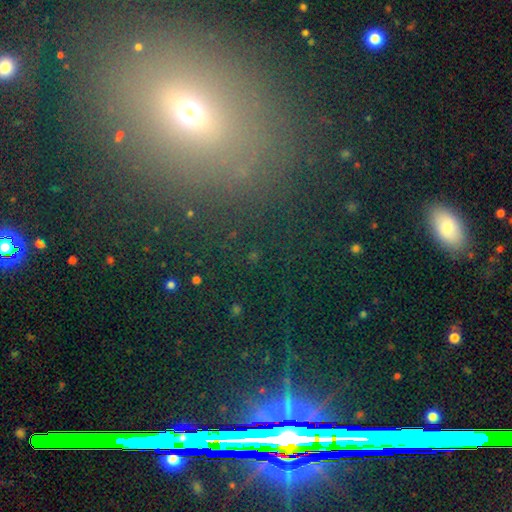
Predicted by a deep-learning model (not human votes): Smooth or featured: star or artifact — 61% (smooth — 26%)